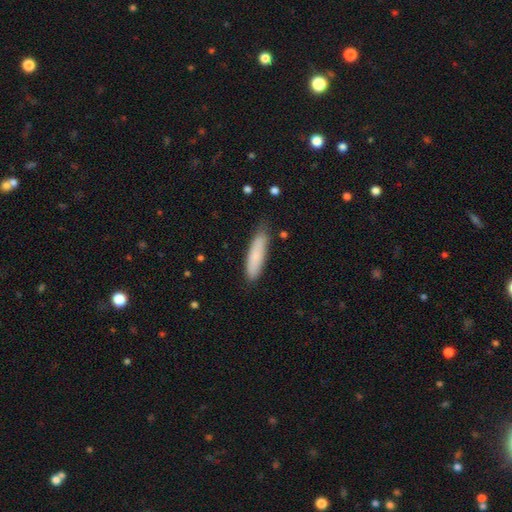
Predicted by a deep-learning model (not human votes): Q: Smooth or featured?
A: smooth (82%); runner-up: featured or disk (12%)
Q: How rounded?
A: cigar-shaped (69%); runner-up: in between (29%)
Q: Merging?
A: none (77%); runner-up: minor disturbance (18%)